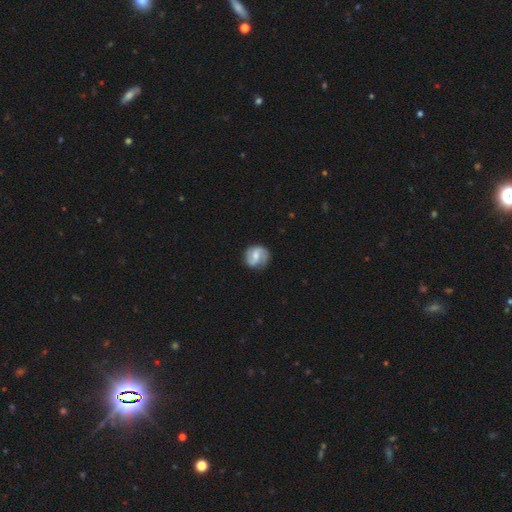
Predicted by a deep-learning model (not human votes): Morphology: type=featured or disk (69%); edge-on=no (98%); bar=weak (52%); spiral arms=yes (91%); winding=medium (44%); arm count=2 (82%); bulge=moderate (47%); merging=none (79%).